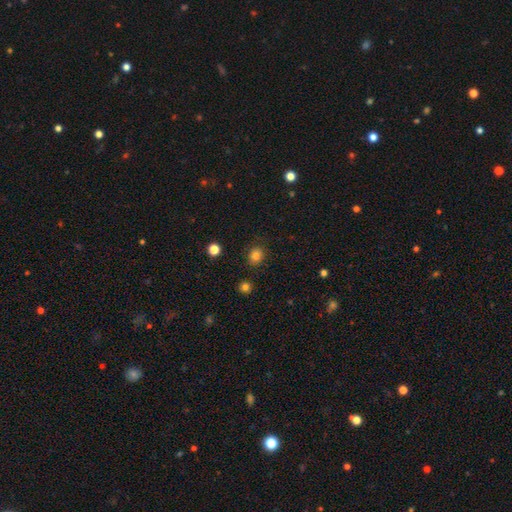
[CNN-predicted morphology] This appears to be a smooth galaxy with no disk features (82%) that is round (73%). Merging: none (87%).